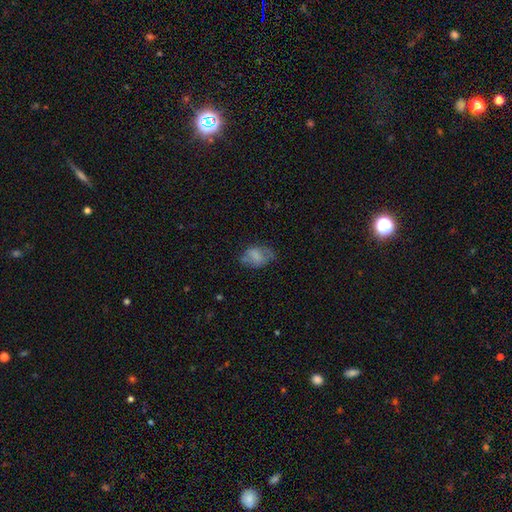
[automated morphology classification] This is likely a smooth galaxy (63%). How rounded: clearly in between (81%). Merging: possibly none (50%).